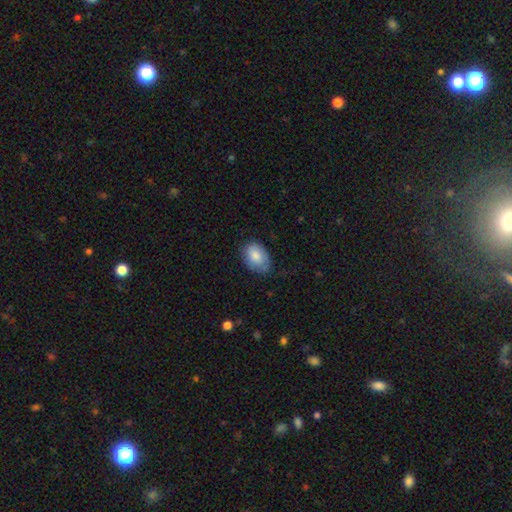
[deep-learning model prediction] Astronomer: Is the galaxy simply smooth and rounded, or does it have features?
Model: smooth — 82%.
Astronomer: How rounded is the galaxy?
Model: in between — 85%.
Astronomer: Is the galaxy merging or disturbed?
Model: none — 66%.